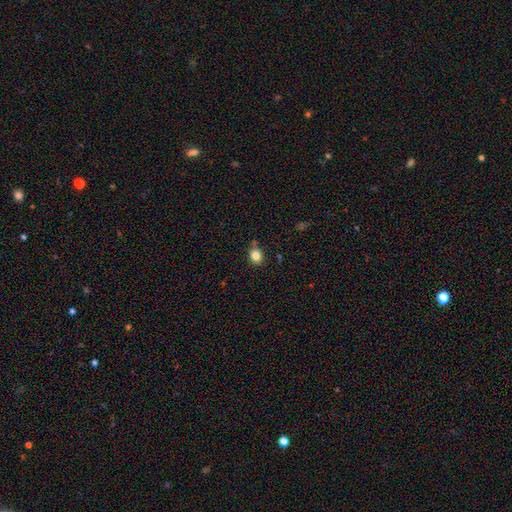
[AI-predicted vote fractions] smooth_or_featured: smooth (p=0.82) [alt: star or artifact p=0.11]
how_rounded: round (p=0.56) [alt: in between p=0.43]
merging: none (p=0.78) [alt: minor disturbance p=0.14]